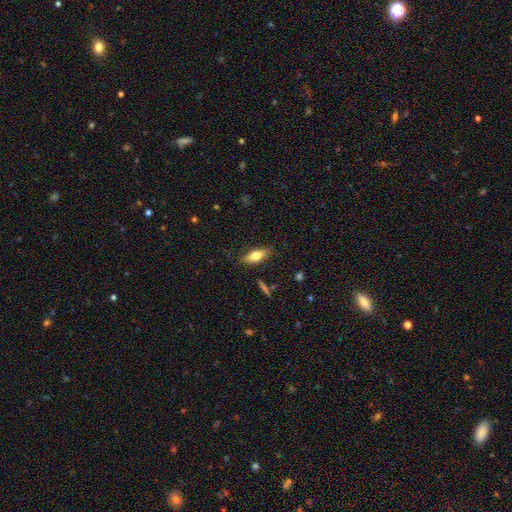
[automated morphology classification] Q: Smooth or featured?
A: smooth (73%); runner-up: featured or disk (19%)
Q: How rounded?
A: in between (78%); runner-up: cigar-shaped (19%)
Q: Merging?
A: none (82%); runner-up: minor disturbance (14%)